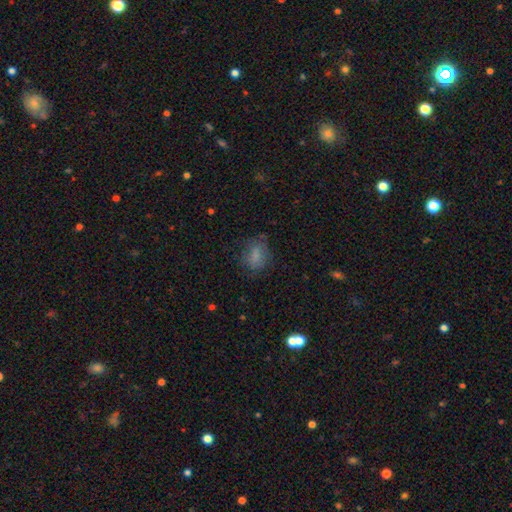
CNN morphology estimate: type=smooth (73%); roundness=in between (71%); merging=none (62%).